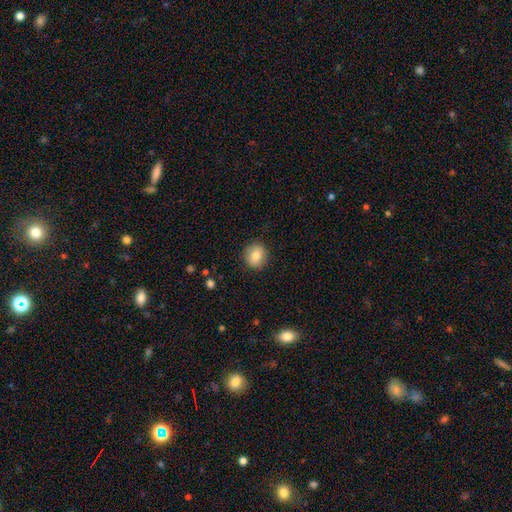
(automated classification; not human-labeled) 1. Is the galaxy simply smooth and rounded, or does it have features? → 78% smooth, 14% featured or disk, 9% star or artifact.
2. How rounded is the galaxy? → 82% round, 17% in between, 1% cigar-shaped.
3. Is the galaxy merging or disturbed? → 88% none, 9% minor disturbance, 2% major disturbance, 1% merger.